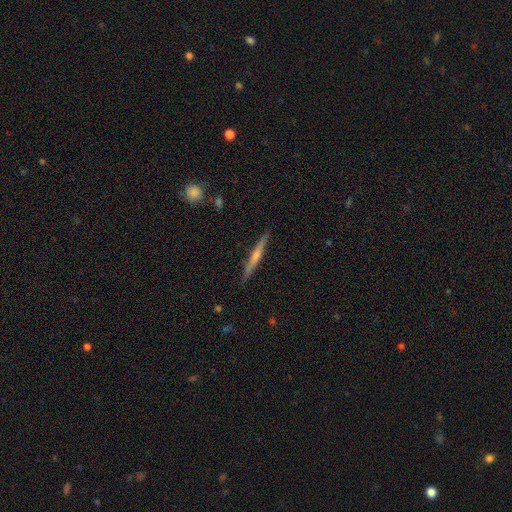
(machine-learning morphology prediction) Overall: featured or disk (67%). Edge-on disk: yes (97%). Edge-on bulge: rounded (78%). Merging: none (89%).